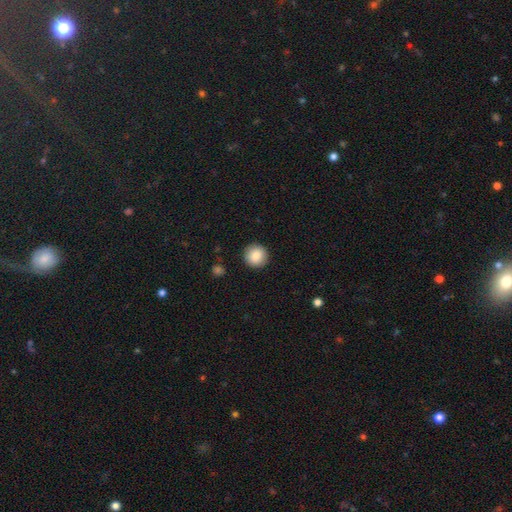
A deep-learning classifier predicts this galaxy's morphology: smooth_or_featured: smooth (p=0.86) [alt: star or artifact p=0.08]
how_rounded: round (p=0.95) [alt: in between p=0.04]
merging: none (p=0.92) [alt: minor disturbance p=0.05]